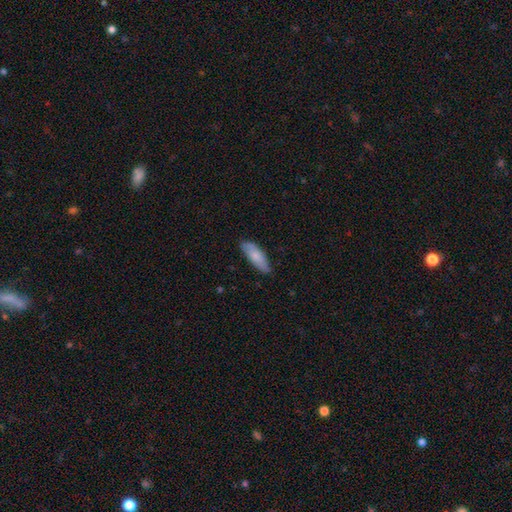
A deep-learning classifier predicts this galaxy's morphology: Overall: smooth (76%). How rounded: in between (61%; cigar-shaped 37%). Merging: none (79%).